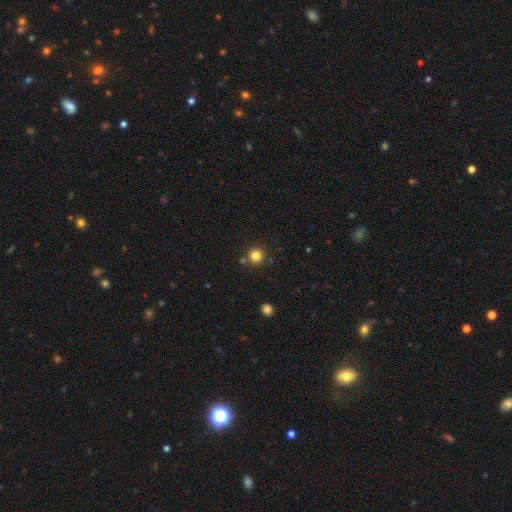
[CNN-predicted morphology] Overall: smooth (82%). How rounded: round (94%). Merging: none (82%).